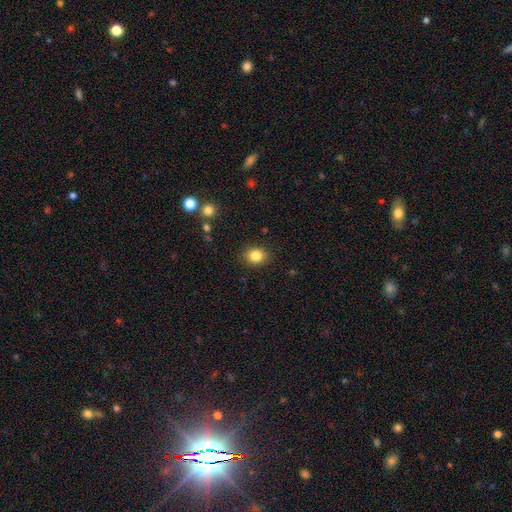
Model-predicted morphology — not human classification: type=smooth (84%); roundness=round (60%); merging=none (88%).